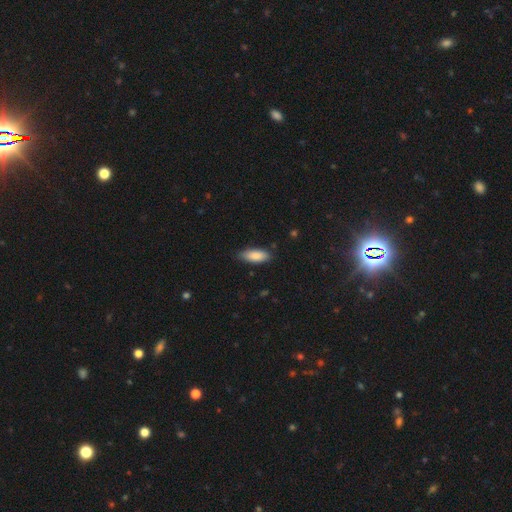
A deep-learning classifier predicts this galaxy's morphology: smooth 86%, featured or disk 8%, star or artifact 6%. Down the decision tree: how rounded — in between (77%); merging — none (82%).